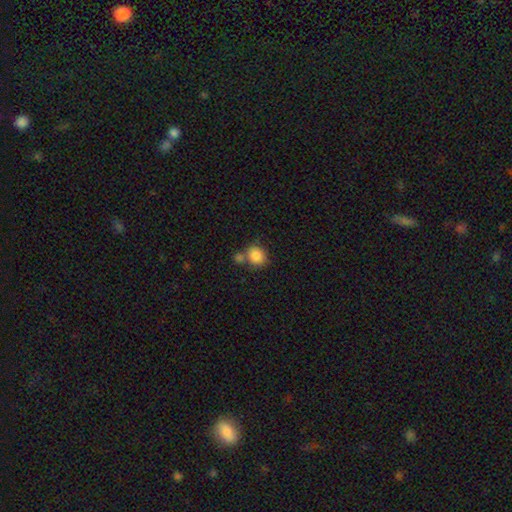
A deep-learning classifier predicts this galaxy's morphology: Smooth or featured: smooth — 86% (star or artifact — 8%)
How rounded: round — 79% (in between — 20%)
Merging: none — 53% (merger — 31%)